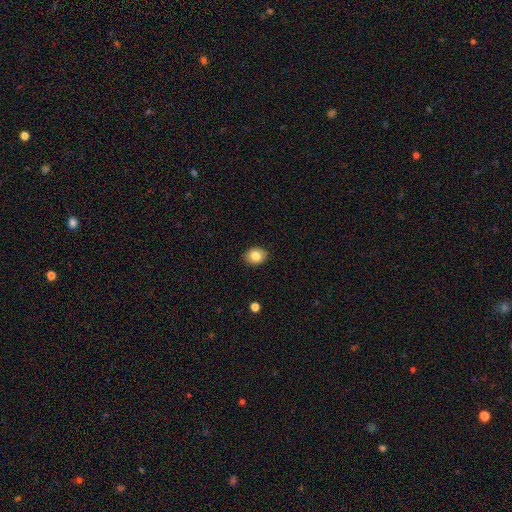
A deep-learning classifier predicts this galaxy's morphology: Overall: smooth (83%). How rounded: in between (57%; round 42%). Merging: none (89%).